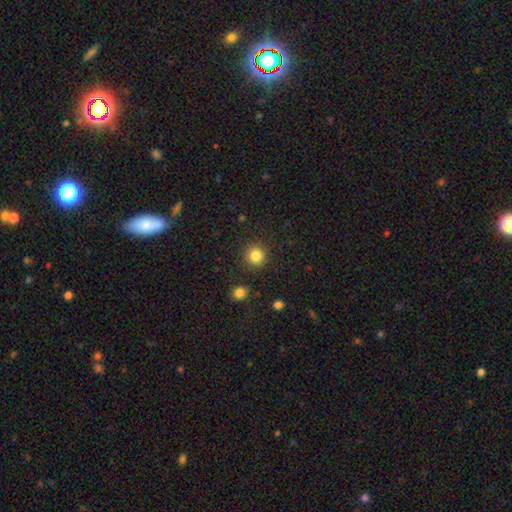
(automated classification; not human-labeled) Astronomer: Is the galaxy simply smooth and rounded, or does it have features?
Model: smooth — 84%.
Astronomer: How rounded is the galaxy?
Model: round — 93%.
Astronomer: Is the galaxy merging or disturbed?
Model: none — 89%.